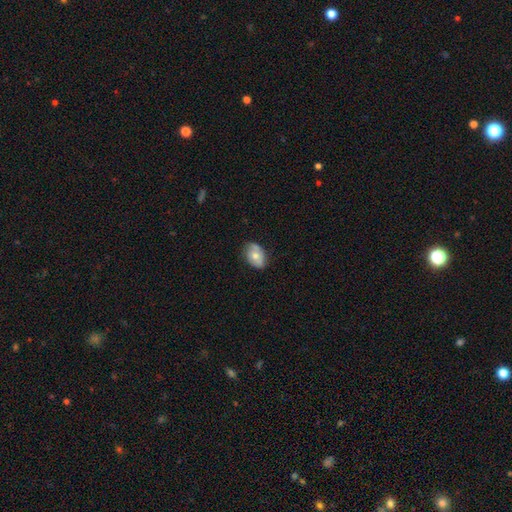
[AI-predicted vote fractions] This appears to be a smooth galaxy with no disk features (62%) that is in between round and cigar-shaped (81%). Merging: none (73%).